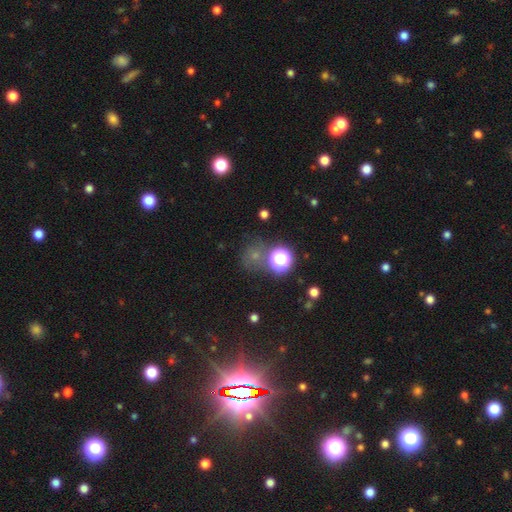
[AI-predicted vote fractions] smooth 47%, star or artifact 43%, featured or disk 11%. Down the decision tree: merging — none (65%).